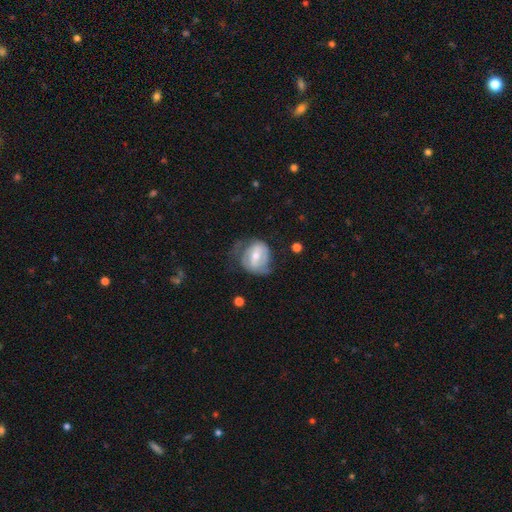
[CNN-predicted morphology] This is possibly a featured or disk galaxy (60%). It is clearly not viewed edge-on (96%). Bar: marginally weak (44%). Spiral arm pattern: likely yes (67%). Central bulge: possibly moderate (54%). Merging: marginally none (43%).